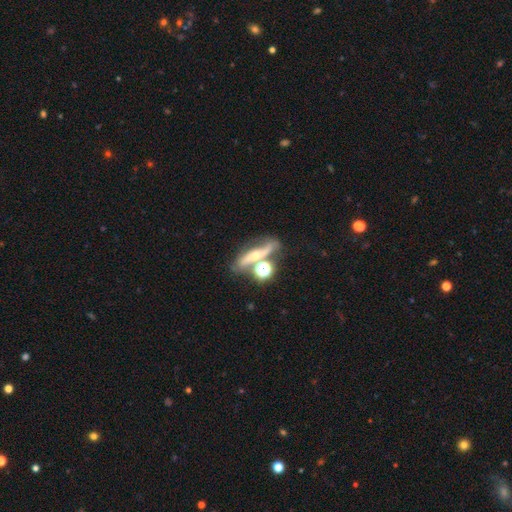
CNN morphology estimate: smooth_or_featured: featured or disk (p=0.57) [alt: smooth p=0.26]
disk_edge_on: yes (p=0.65) [alt: no p=0.35]
merging: none (p=0.55) [alt: merger p=0.23]